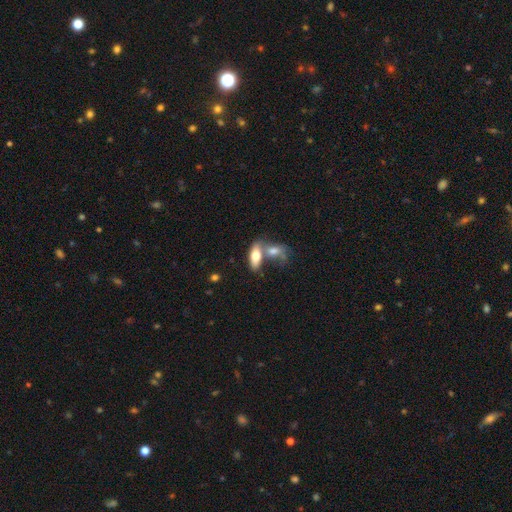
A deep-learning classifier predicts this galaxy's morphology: A smooth galaxy with no disk features (70%) that is in between round and cigar-shaped (82%). Merging: merger (53%).